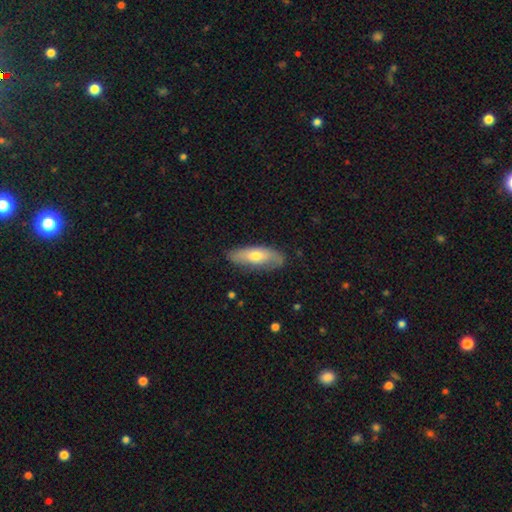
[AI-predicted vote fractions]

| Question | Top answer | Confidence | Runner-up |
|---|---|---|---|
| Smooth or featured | smooth | 56% | featured or disk (37%) |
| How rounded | in between | 64% | cigar-shaped (34%) |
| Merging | none | 78% | minor disturbance (17%) |